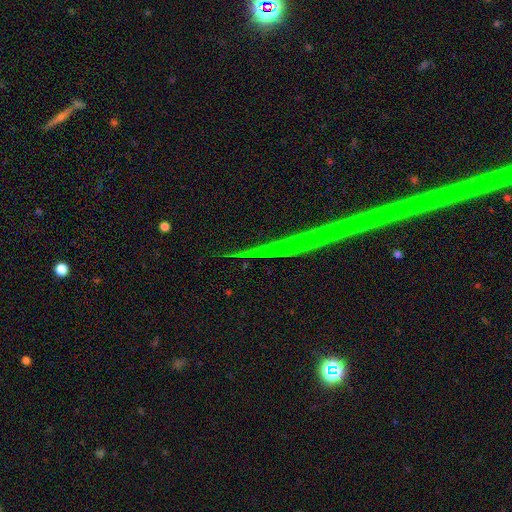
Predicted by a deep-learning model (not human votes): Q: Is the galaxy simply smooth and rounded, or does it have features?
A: star or artifact — 74%.